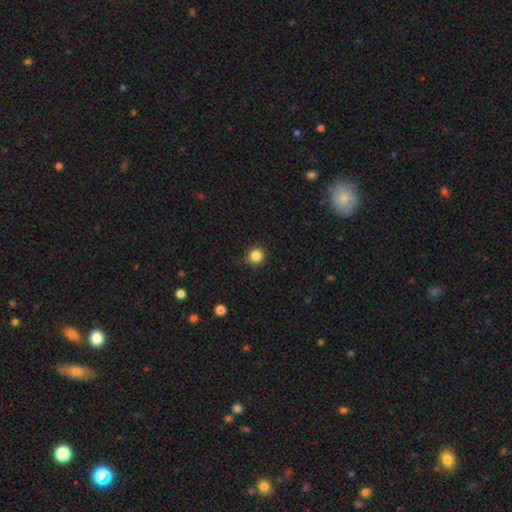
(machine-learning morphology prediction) Smooth or featured: smooth — 85% (star or artifact — 11%)
How rounded: round — 93% (in between — 6%)
Merging: none — 91% (minor disturbance — 6%)